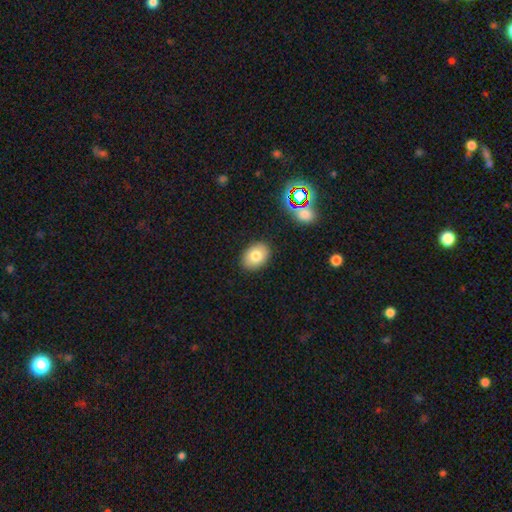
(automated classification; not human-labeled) The model was most divided on "how rounded": in between: 76%, round: 23%, cigar-shaped: 1%. More confident: merging — none (88%); smooth or featured — smooth (79%).